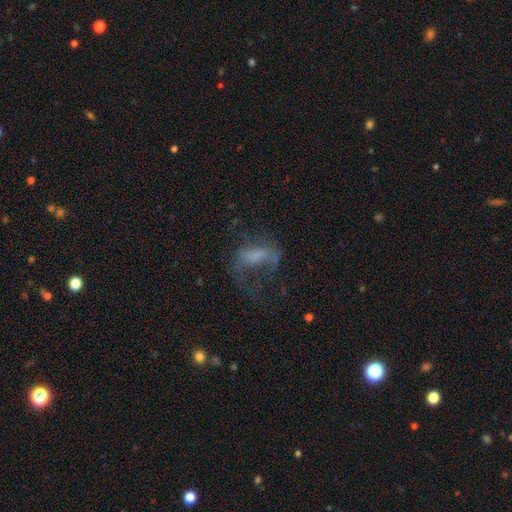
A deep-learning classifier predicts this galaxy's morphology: Overall: featured or disk (48%; smooth 36%). Merging: major disturbance (48%; none 31%).